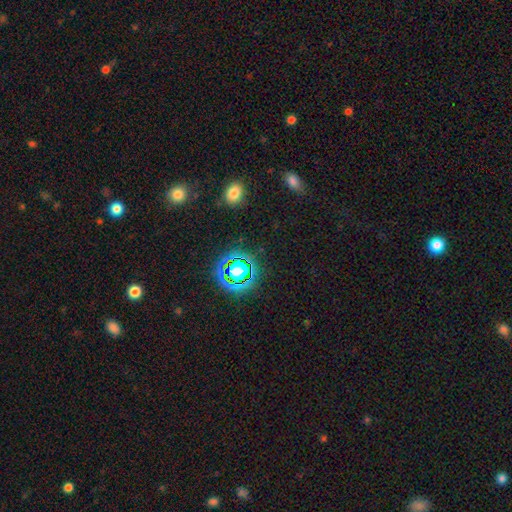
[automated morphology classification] smooth_or_featured: star or artifact (p=0.72) [alt: smooth p=0.20]